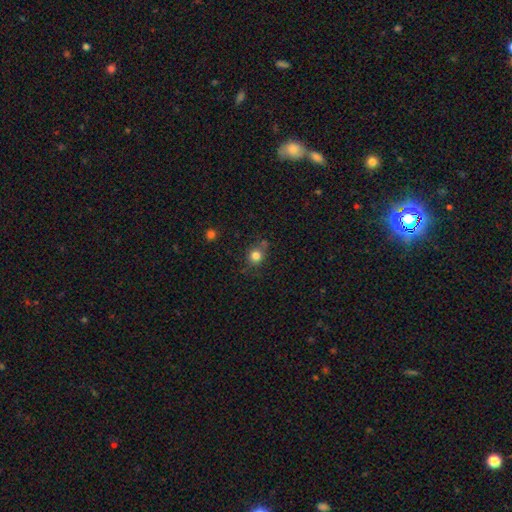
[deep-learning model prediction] Overall: smooth (81%). How rounded: round (85%). Merging: none (71%).